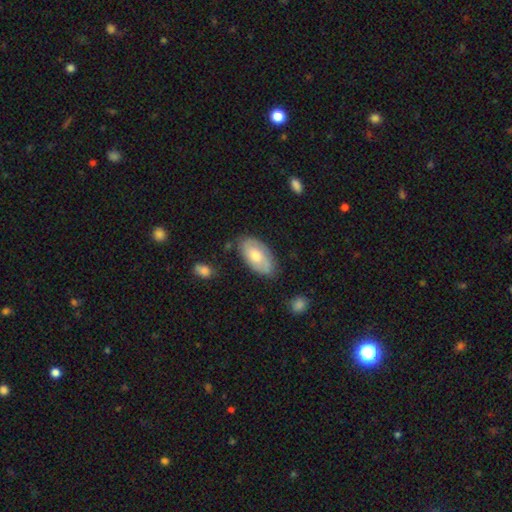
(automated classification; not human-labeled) Smooth or featured: smooth — 60% (featured or disk — 34%)
How rounded: in between — 94% (round — 3%)
Merging: none — 73% (minor disturbance — 20%)